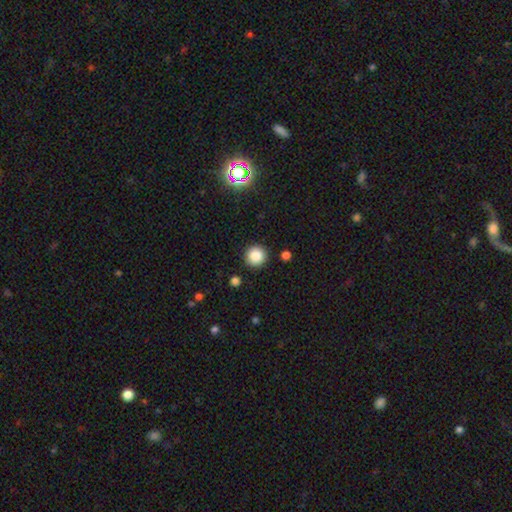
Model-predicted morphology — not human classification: smooth-or-featured: smooth: 85% | star or artifact: 11% | featured or disk: 4%
  how-rounded: round: 95% | in between: 4% | cigar-shaped: 1%
  merging: none: 90% | minor disturbance: 6% | major disturbance: 2% | merger: 2%